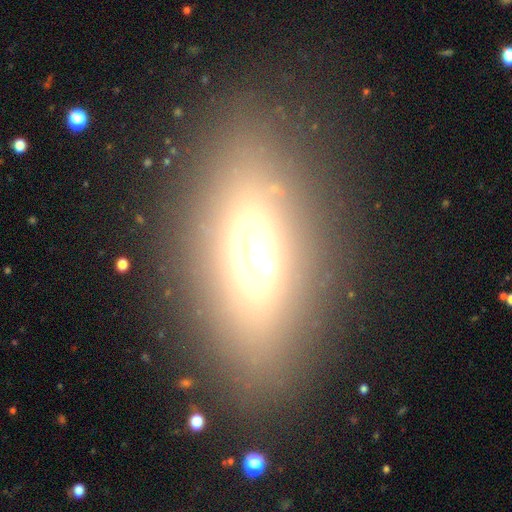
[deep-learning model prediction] Smooth or featured?
  - smooth: 48% *
  - featured or disk: 34%
  - star or artifact: 18%
Merging?
  - none: 81% *
  - minor disturbance: 11%
  - major disturbance: 6%
  - merger: 2%